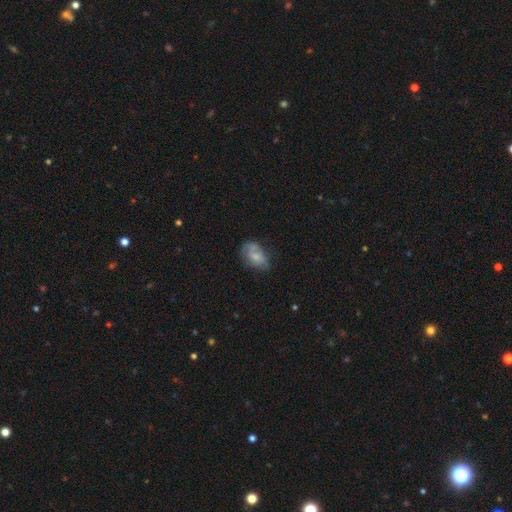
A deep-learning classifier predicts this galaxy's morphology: This appears to be a smooth galaxy with no disk features (55%) that is in between round and cigar-shaped (87%). Merging: none (45%).